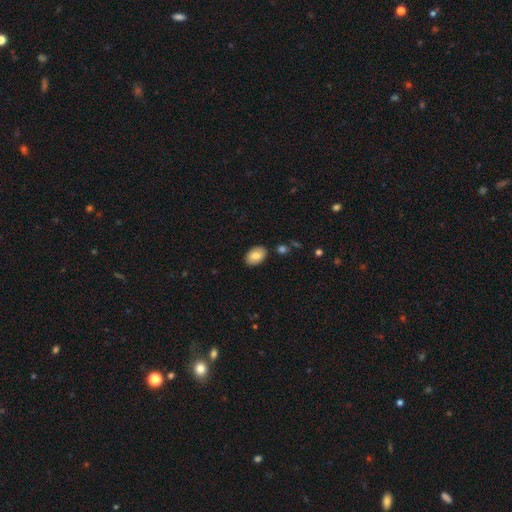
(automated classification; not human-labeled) Smooth or featured?
  - smooth: 81% *
  - featured or disk: 12%
  - star or artifact: 7%
How rounded?
  - in between: 89% *
  - round: 10%
  - cigar-shaped: 1%
Merging?
  - none: 86% *
  - minor disturbance: 9%
  - merger: 2%
  - major disturbance: 2%